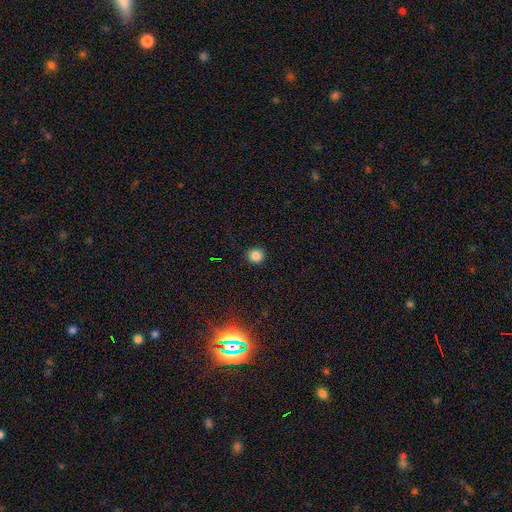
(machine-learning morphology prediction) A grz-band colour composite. It shows a smooth galaxy with no disk features (84%) that is round (91%). Merging: none (92%).